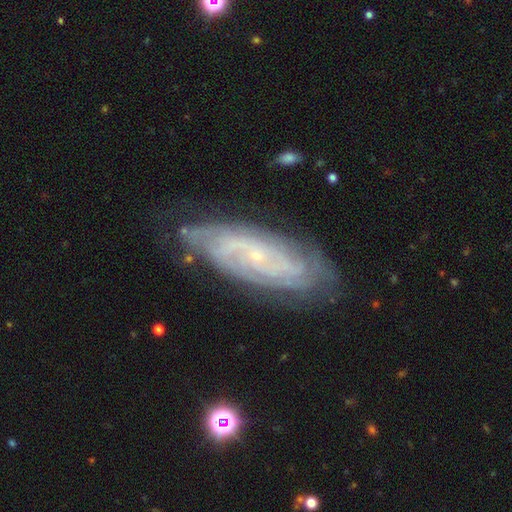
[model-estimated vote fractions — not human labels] Q: Smooth or featured?
A: featured or disk (83%); runner-up: smooth (10%)
Q: Edge-on disk?
A: no (90%); runner-up: yes (10%)
Q: Bar?
A: no (68%); runner-up: weak (25%)
Q: Spiral arms?
A: yes (94%); runner-up: no (6%)
Q: Spiral winding?
A: tight (65%); runner-up: medium (28%)
Q: Spiral arm count?
A: can't tell (41%); runner-up: 2 (25%)
Q: Bulge size?
A: small (85%); runner-up: moderate (10%)
Q: Merging?
A: none (75%); runner-up: minor disturbance (19%)